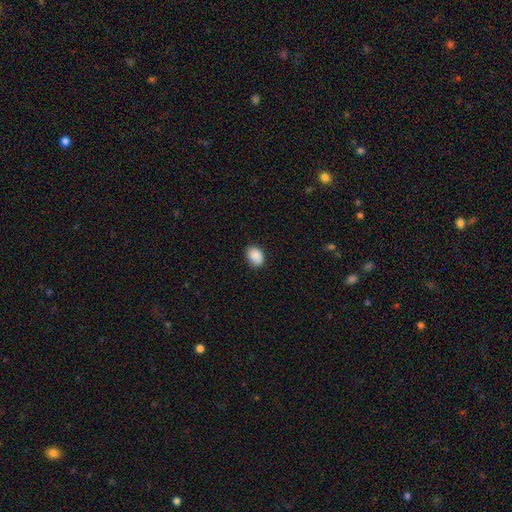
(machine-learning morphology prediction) smooth_or_featured: smooth (p=0.89) [alt: star or artifact p=0.07]
how_rounded: in between (p=0.73) [alt: round p=0.26]
merging: none (p=0.82) [alt: minor disturbance p=0.14]